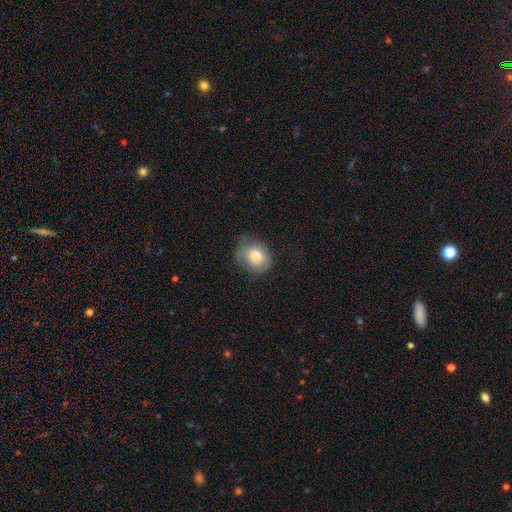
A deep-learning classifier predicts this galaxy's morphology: Smooth or featured? smooth (77%)
How rounded? round (58%)
Merging? none (59%)